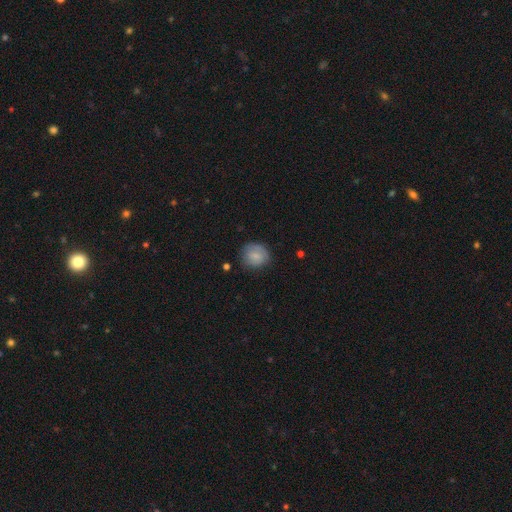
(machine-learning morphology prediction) A smooth galaxy with no disk features (78%) that is round (81%). Merging: none (73%).